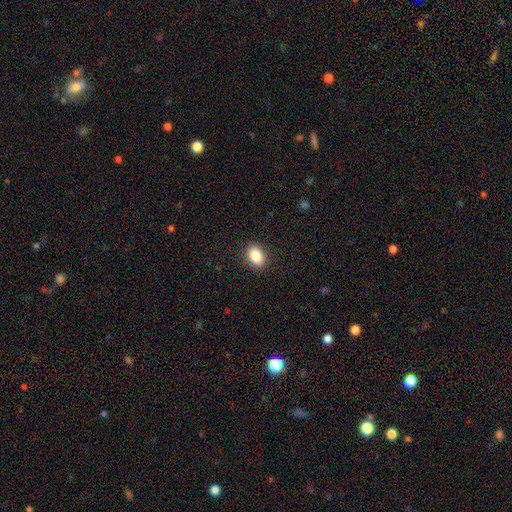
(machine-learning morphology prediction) Smooth or featured? Predicted: smooth (p=0.87). How rounded? Predicted: in between (p=0.81). Merging? Predicted: none (p=0.89).